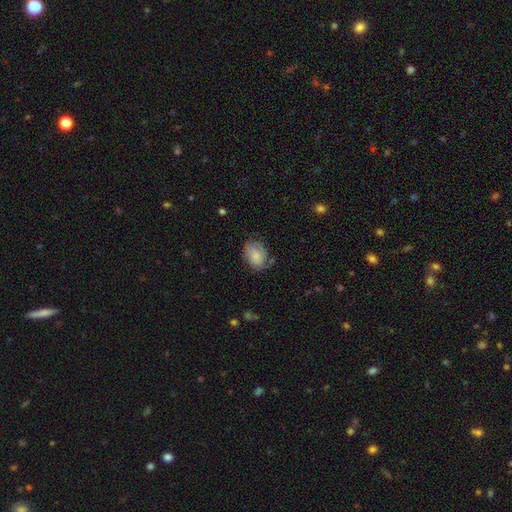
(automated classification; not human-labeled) Smooth or featured? Predicted: smooth (p=0.60). How rounded? Predicted: in between (p=0.70). Merging? Predicted: none (p=0.64).